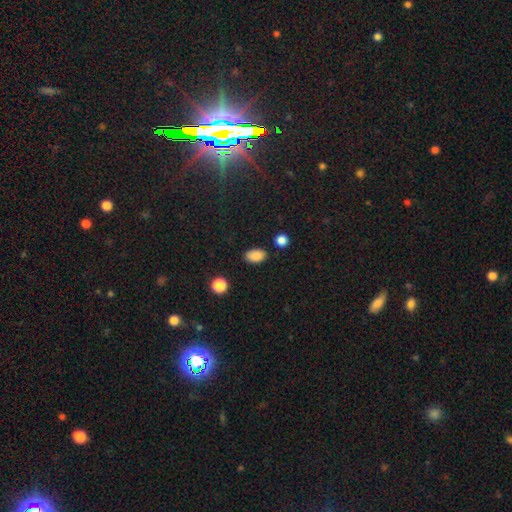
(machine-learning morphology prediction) Overall: smooth (87%). How rounded: in between (89%). Merging: none (83%).